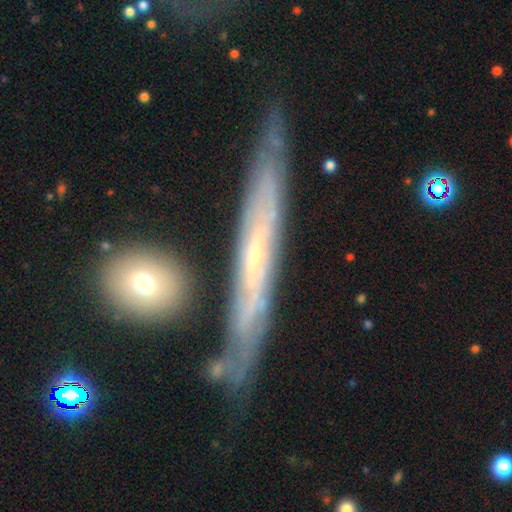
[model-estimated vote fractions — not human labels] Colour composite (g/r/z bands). It shows a featured or disk galaxy (75%) viewed edge-on (72%) with no central bulge (67%). Merging: none (73%).